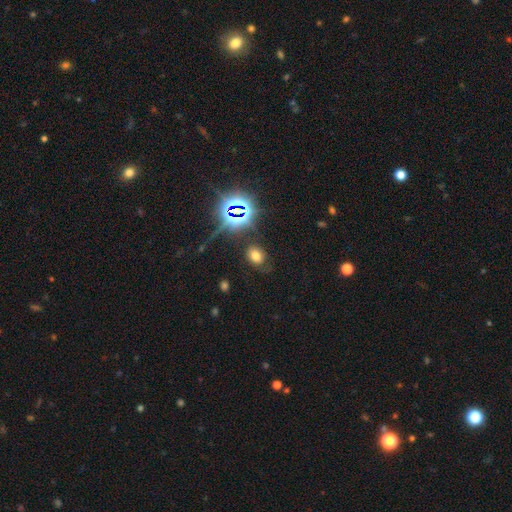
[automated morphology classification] Smooth or featured? Predicted: smooth (p=0.60). How rounded? Predicted: in between (p=0.70). Merging? Predicted: none (p=0.77).